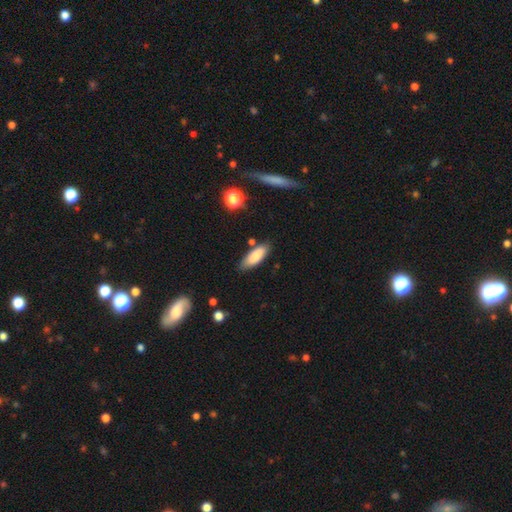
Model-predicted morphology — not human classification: smooth_or_featured: smooth (p=0.84) [alt: featured or disk p=0.09]
how_rounded: in between (p=0.67) [alt: cigar-shaped p=0.31]
merging: none (p=0.80) [alt: minor disturbance p=0.14]